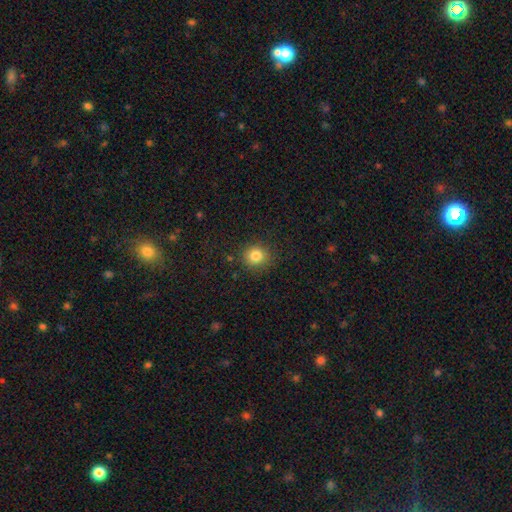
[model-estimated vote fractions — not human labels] This appears to be a smooth galaxy with no disk features (84%) that is round (85%). Merging: none (86%).